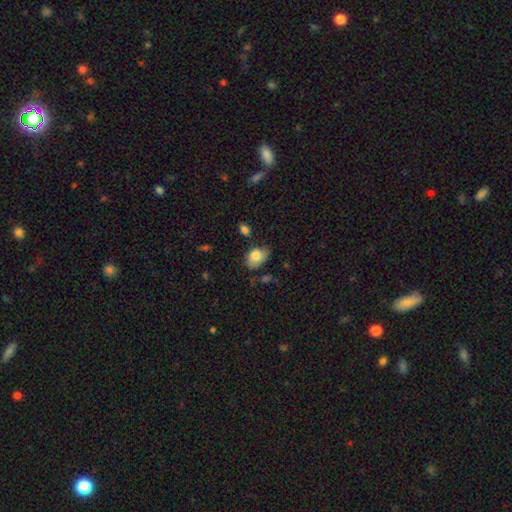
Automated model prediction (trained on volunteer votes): Q: Smooth or featured?
A: smooth (77%); runner-up: featured or disk (15%)
Q: How rounded?
A: in between (79%); runner-up: round (20%)
Q: Merging?
A: none (55%); runner-up: minor disturbance (32%)